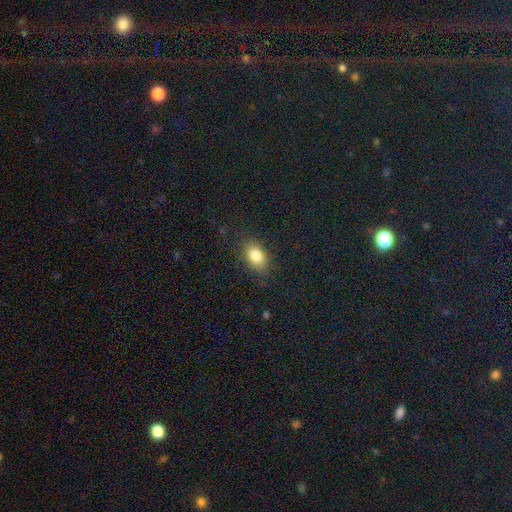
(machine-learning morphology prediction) Smooth or featured: smooth — 82% (star or artifact — 9%)
How rounded: in between — 86% (round — 12%)
Merging: none — 82% (minor disturbance — 13%)